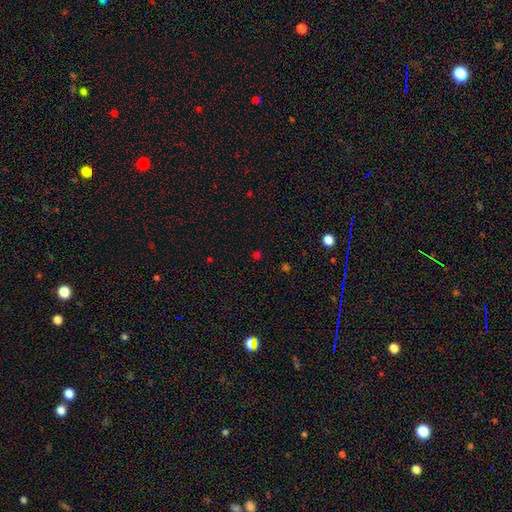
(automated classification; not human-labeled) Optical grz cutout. It shows a smooth galaxy with no disk features (49%). Merging: none (81%).